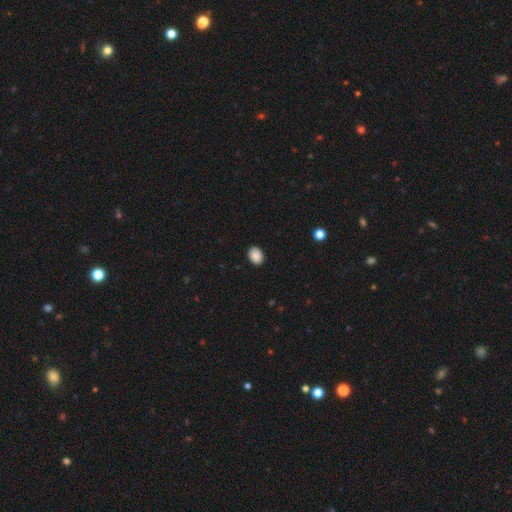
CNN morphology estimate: A smooth galaxy with no disk features (89%) that is in between round and cigar-shaped (64%).

Vote fractions:
- Smooth or featured? smooth: 89% / star or artifact: 8% / featured or disk: 3%
- How rounded? in between: 64% / round: 35% / cigar-shaped: 1%
- Merging? none: 89% / minor disturbance: 8% / major disturbance: 2% / merger: 1%